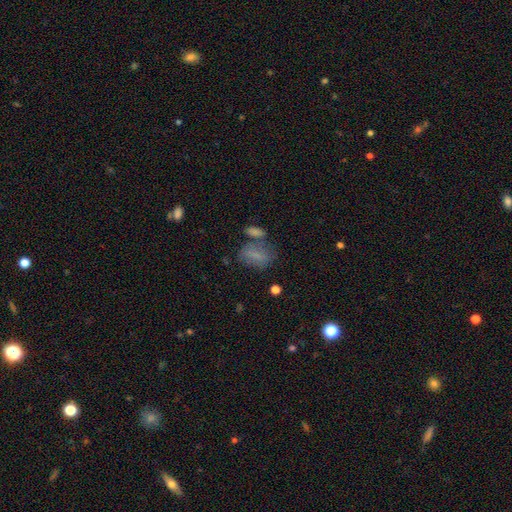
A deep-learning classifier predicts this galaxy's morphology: Q: Smooth or featured?
A: smooth (69%); runner-up: featured or disk (18%)
Q: How rounded?
A: in between (80%); runner-up: round (15%)
Q: Merging?
A: none (45%); runner-up: merger (25%)